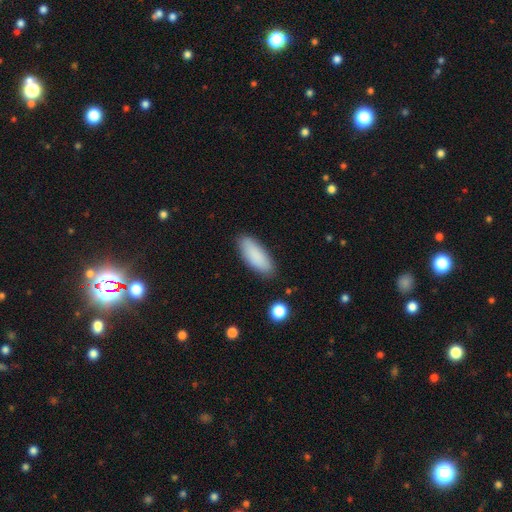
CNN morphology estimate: A smooth galaxy with no disk features (88%) that is in between round and cigar-shaped (70%).

Vote fractions:
- Smooth or featured? smooth: 88% / star or artifact: 6% / featured or disk: 6%
- How rounded? in between: 70% / cigar-shaped: 28% / round: 2%
- Merging? none: 86% / minor disturbance: 10% / major disturbance: 2% / merger: 1%